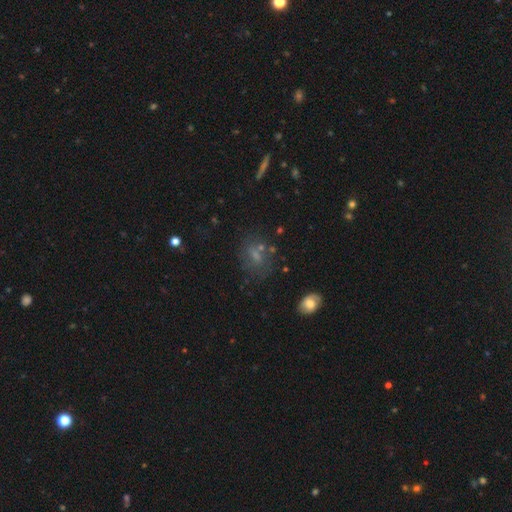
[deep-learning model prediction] The model was most divided on "smooth or featured": smooth: 51%, featured or disk: 26%, star or artifact: 23%. More confident: merging — none (61%); how rounded — in between (60%).